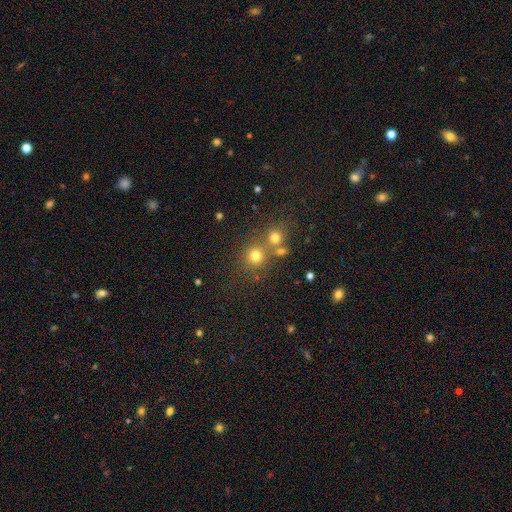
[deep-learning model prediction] smooth_or_featured: smooth (p=0.74) [alt: star or artifact p=0.18]
how_rounded: round (p=0.88) [alt: in between p=0.11]
merging: none (p=0.62) [alt: merger p=0.26]